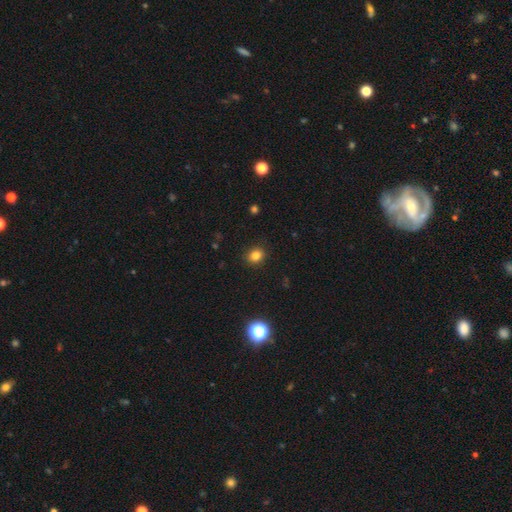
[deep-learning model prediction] smooth 82%, star or artifact 13%, featured or disk 5%. Down the decision tree: how rounded — round (67%); merging — none (90%).